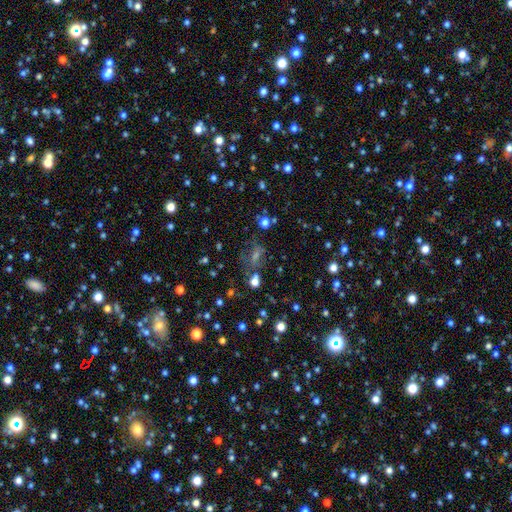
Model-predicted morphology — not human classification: smooth-or-featured: star or artifact: 67% | smooth: 24% | featured or disk: 9%